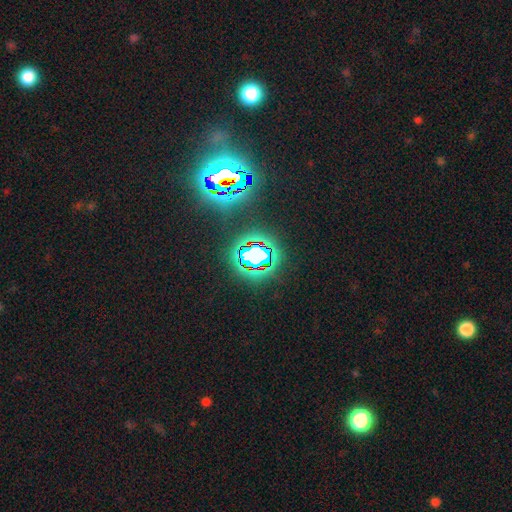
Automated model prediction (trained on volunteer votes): Smooth or featured? star or artifact (67%)